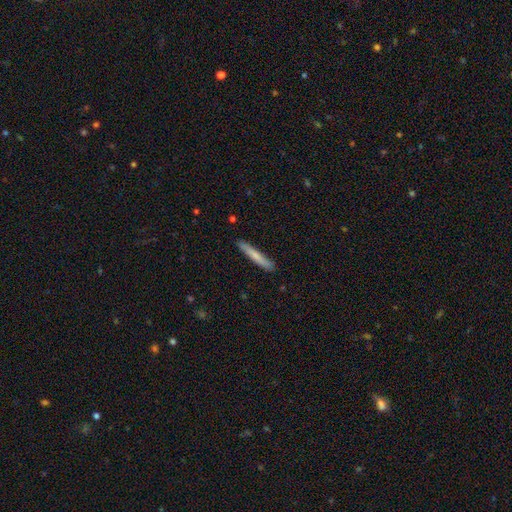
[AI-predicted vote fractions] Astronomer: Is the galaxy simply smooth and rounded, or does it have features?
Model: smooth — 72%.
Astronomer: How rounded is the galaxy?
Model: cigar-shaped — 95%.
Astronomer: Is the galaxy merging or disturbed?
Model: none — 88%.